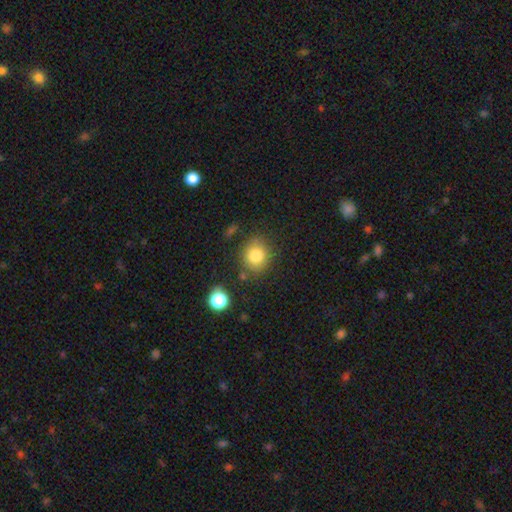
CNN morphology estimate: Q: Smooth or featured?
A: smooth (81%); runner-up: star or artifact (11%)
Q: How rounded?
A: round (77%); runner-up: in between (22%)
Q: Merging?
A: none (78%); runner-up: minor disturbance (13%)